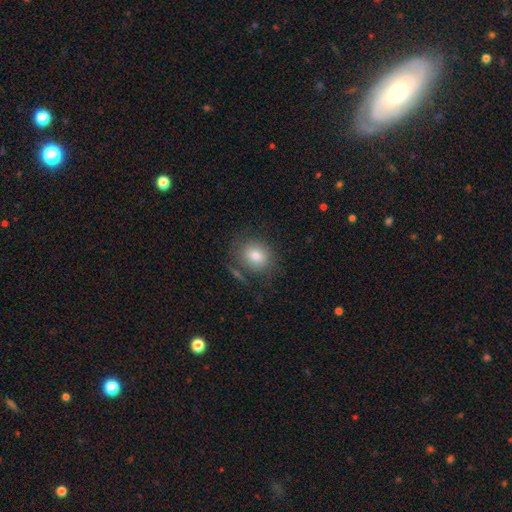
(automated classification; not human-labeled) Overall: smooth (76%). How rounded: round (69%; in between 30%). Merging: none (73%).